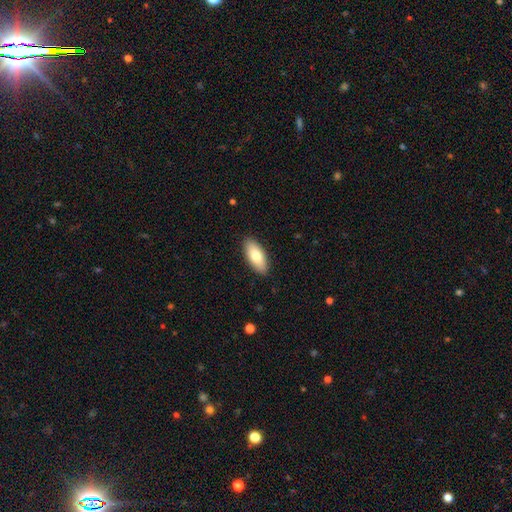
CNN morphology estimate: Overall: smooth (79%). How rounded: in between (87%). Merging: none (89%).